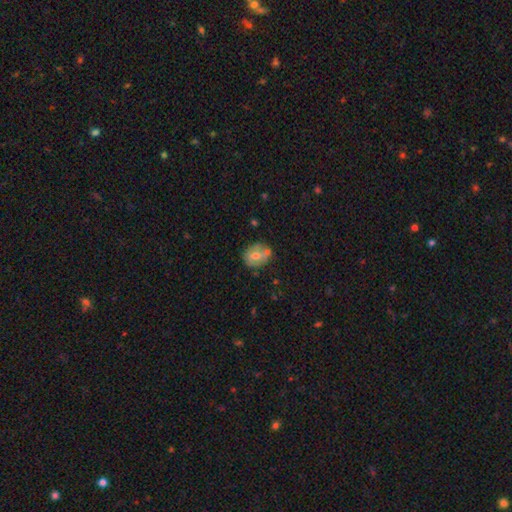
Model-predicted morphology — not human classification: Smooth or featured? Predicted: smooth (p=0.60). How rounded? Predicted: round (p=0.59). Merging? Predicted: none (p=0.58).